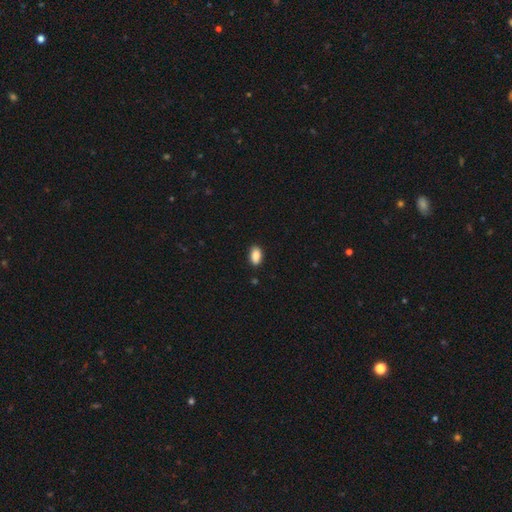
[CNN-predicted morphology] A smooth galaxy with no disk features (88%) that is in between round and cigar-shaped (92%). Merging: none (85%).